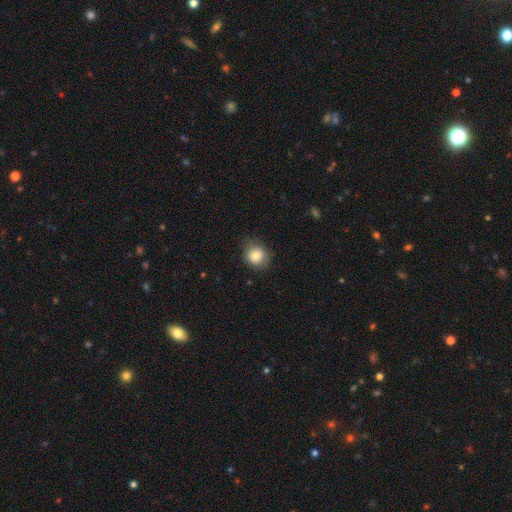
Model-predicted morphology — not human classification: Smooth or featured? smooth (80%)
How rounded? round (78%)
Merging? none (74%)